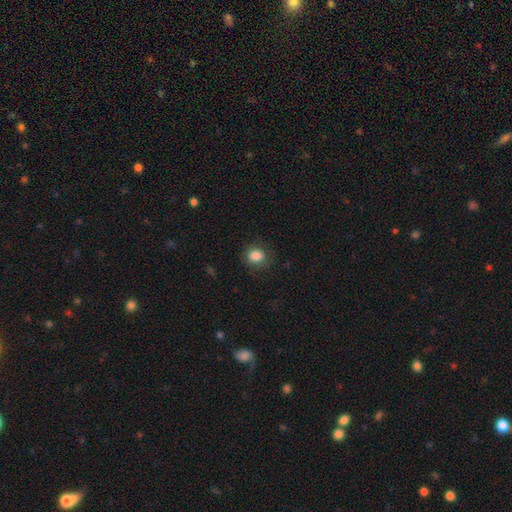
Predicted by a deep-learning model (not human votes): Morphology: type=smooth (85%); roundness=round (65%); merging=none (78%).